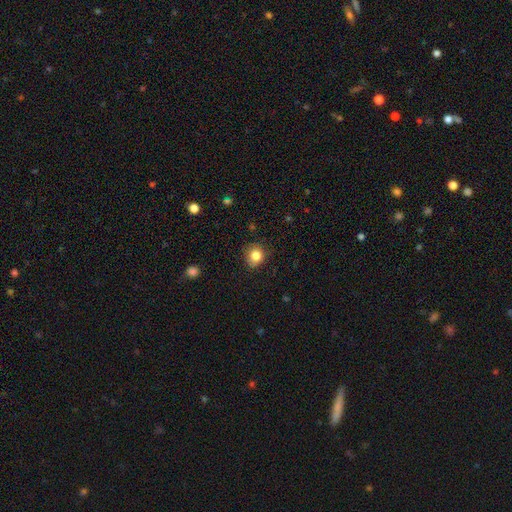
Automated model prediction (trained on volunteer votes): Smooth or featured? Predicted: smooth (p=0.84). How rounded? Predicted: round (p=0.79). Merging? Predicted: none (p=0.75).